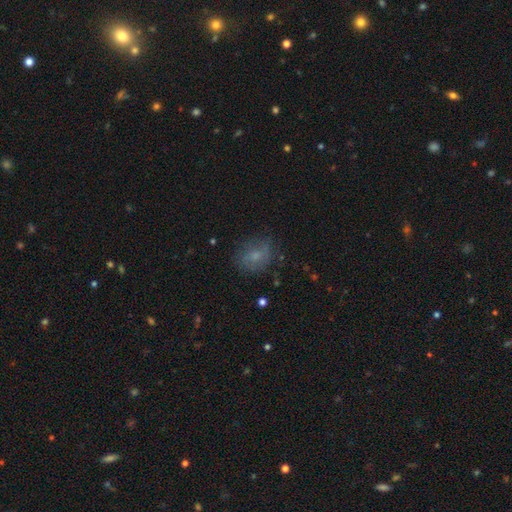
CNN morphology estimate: This appears to be a smooth galaxy with no disk features (59%) that is in between round and cigar-shaped (50%). Merging: none (68%).